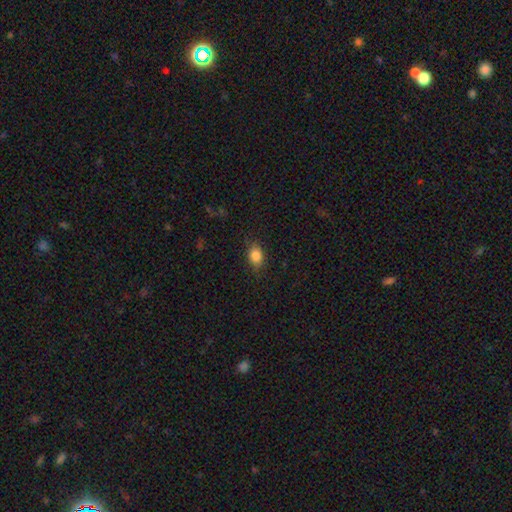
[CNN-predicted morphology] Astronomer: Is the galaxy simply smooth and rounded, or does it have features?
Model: smooth — 85%.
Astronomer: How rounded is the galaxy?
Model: in between — 72%.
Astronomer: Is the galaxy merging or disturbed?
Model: none — 80%.